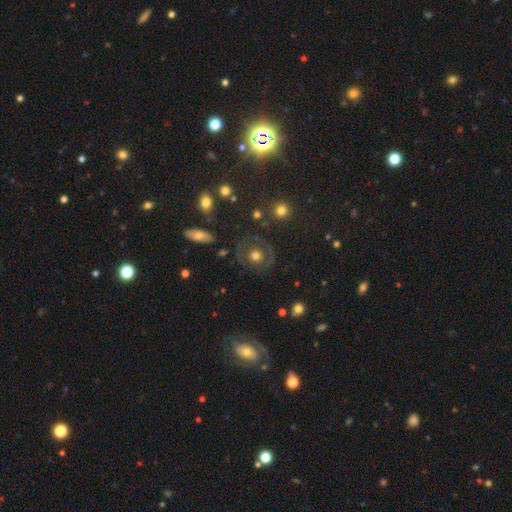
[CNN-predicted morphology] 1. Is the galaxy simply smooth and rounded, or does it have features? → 53% smooth, 37% featured or disk, 11% star or artifact.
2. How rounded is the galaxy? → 82% round, 17% in between, 1% cigar-shaped.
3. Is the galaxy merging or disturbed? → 79% none, 11% minor disturbance, 7% major disturbance, 2% merger.